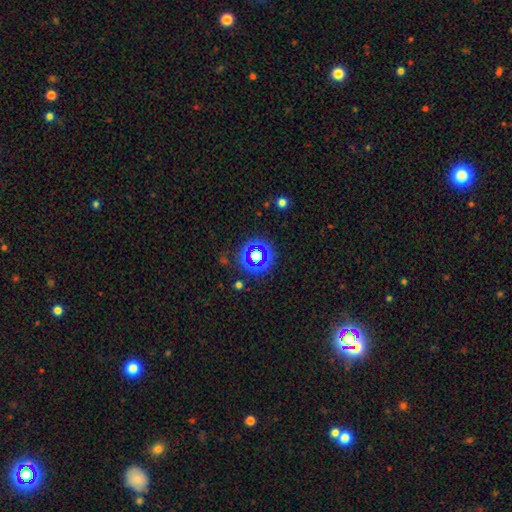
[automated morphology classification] star or artifact 56%, smooth 30%, featured or disk 14%.